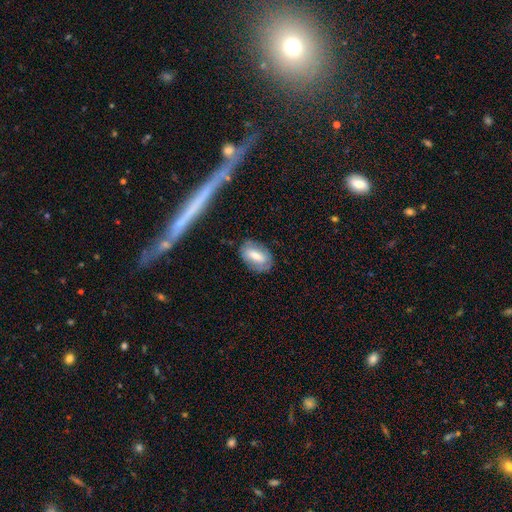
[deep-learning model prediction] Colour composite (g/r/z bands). It shows a smooth galaxy with no disk features (65%) that is in between round and cigar-shaped (88%). Merging: none (77%).